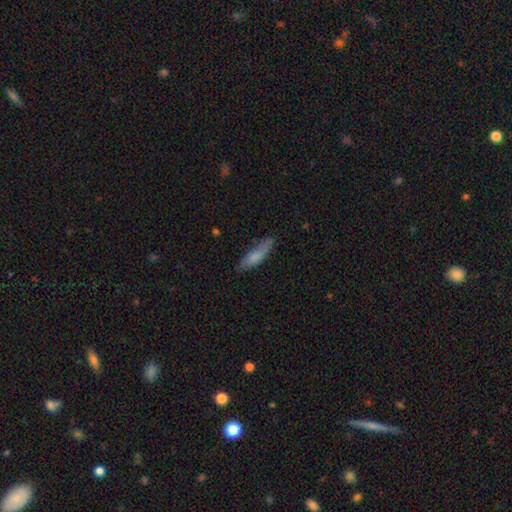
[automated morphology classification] This is likely a smooth galaxy (78%). How rounded: likely cigar-shaped (65%). Merging: likely none (70%).